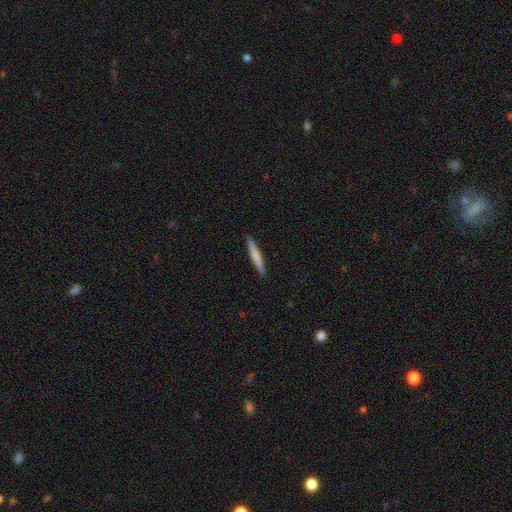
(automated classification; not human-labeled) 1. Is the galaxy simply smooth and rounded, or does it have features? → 69% smooth, 26% featured or disk, 5% star or artifact.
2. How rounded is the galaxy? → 95% cigar-shaped, 4% in between, 1% round.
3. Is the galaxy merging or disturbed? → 92% none, 6% minor disturbance, 1% major disturbance, 1% merger.